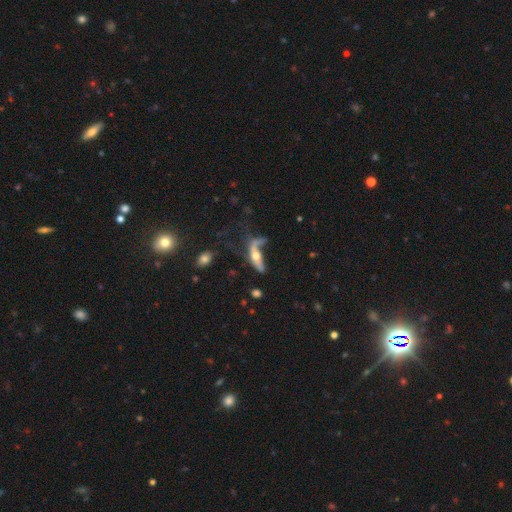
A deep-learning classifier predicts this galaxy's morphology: Smooth or featured? Predicted: featured or disk (p=0.52). Edge-on disk? Predicted: no (p=0.51). Merging? Predicted: major disturbance (p=0.42).